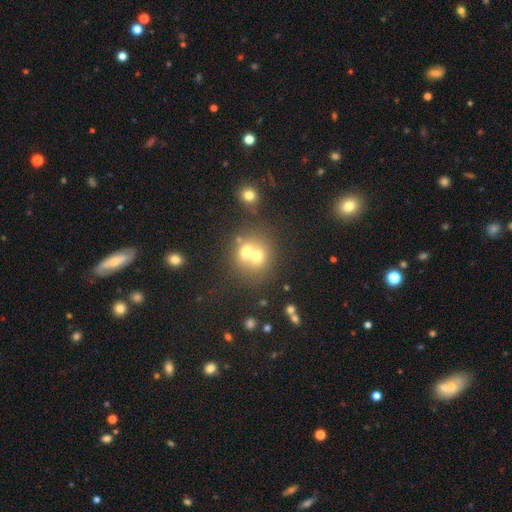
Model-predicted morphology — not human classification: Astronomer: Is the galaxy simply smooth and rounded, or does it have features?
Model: smooth — 60%.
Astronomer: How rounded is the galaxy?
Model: round — 78%.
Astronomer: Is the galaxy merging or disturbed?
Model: merger — 55% (runner-up: none, 35%).